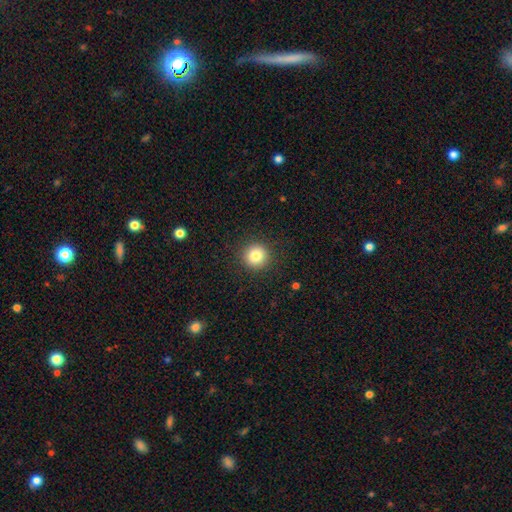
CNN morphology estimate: type=smooth (82%); roundness=round (94%); merging=none (91%).